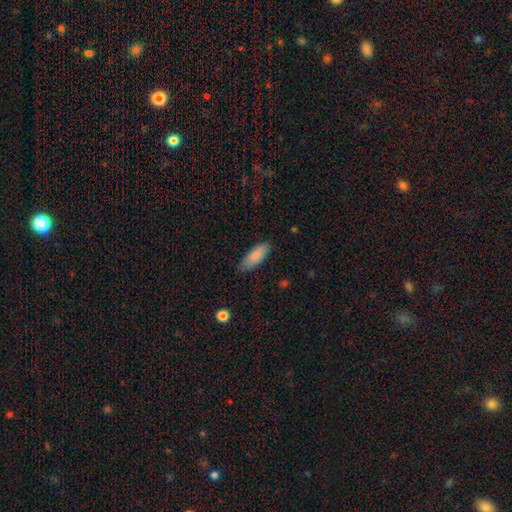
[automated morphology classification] Overall: smooth (83%). How rounded: in between (74%). Merging: none (80%).